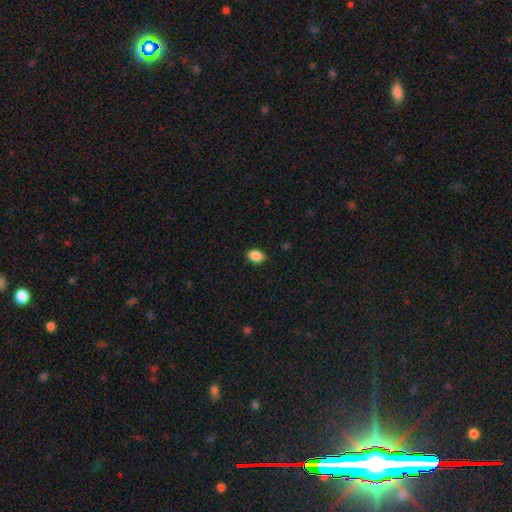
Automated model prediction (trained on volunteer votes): A smooth galaxy with no disk features (88%) that is in between round and cigar-shaped (81%).

Vote fractions:
- Smooth or featured? smooth: 88% / star or artifact: 8% / featured or disk: 3%
- How rounded? in between: 81% / round: 18% / cigar-shaped: 1%
- Merging? none: 87% / minor disturbance: 10% / major disturbance: 2% / merger: 1%